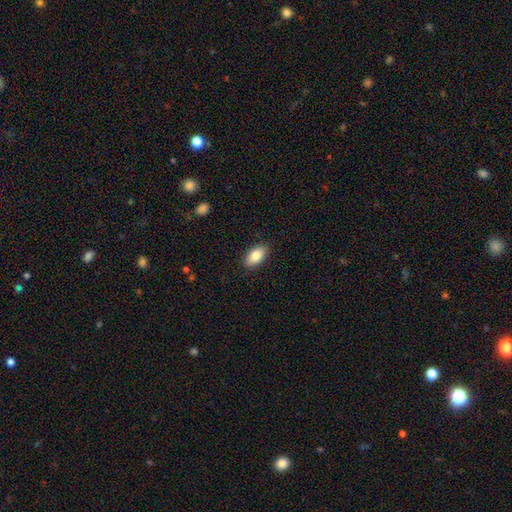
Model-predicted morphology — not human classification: Smooth or featured?
  - smooth: 84% *
  - featured or disk: 10%
  - star or artifact: 7%
How rounded?
  - in between: 92% *
  - cigar-shaped: 4%
  - round: 4%
Merging?
  - none: 89% *
  - minor disturbance: 8%
  - major disturbance: 2%
  - merger: 1%